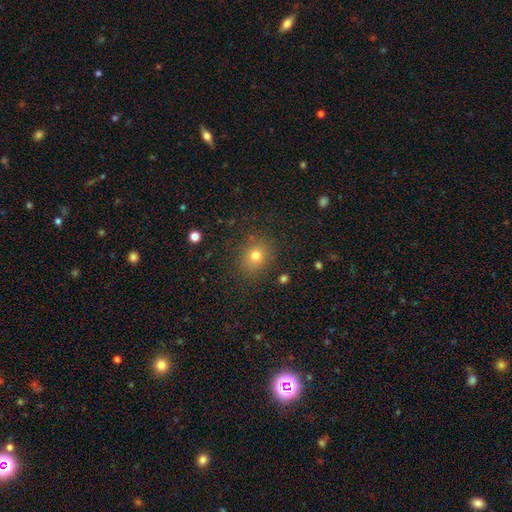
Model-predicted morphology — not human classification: smooth_or_featured: smooth (p=0.76) [alt: star or artifact p=0.15]
how_rounded: round (p=0.70) [alt: in between p=0.29]
merging: none (p=0.85) [alt: minor disturbance p=0.10]